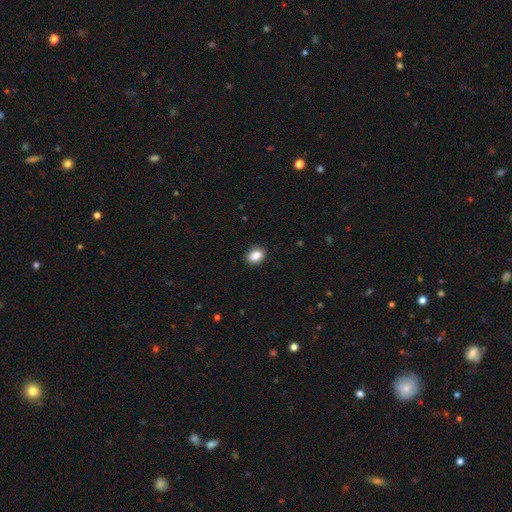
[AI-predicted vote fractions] smooth 88%, star or artifact 8%, featured or disk 4%. Down the decision tree: how rounded — in between (71%); merging — none (89%).